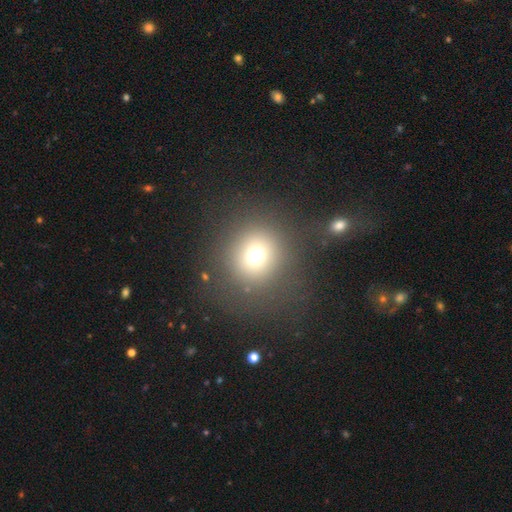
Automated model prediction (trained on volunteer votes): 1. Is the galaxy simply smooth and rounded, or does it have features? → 69% smooth, 22% star or artifact, 10% featured or disk.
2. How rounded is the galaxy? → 92% round, 7% in between, 1% cigar-shaped.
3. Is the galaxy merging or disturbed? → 82% none, 8% minor disturbance, 7% major disturbance, 3% merger.